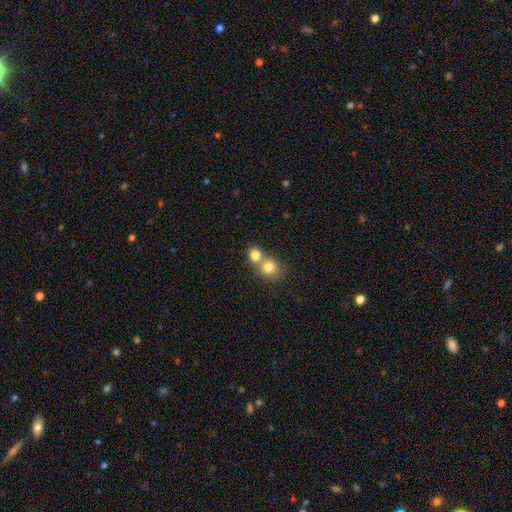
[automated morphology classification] Overall: smooth (80%). How rounded: round (79%). Merging: merger (60%; none 34%).